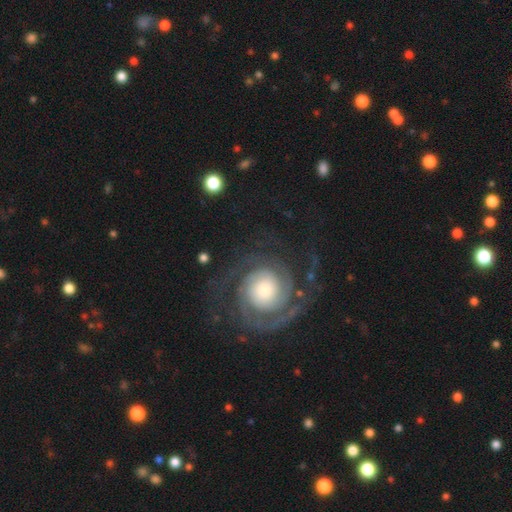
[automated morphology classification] Smooth or featured? Predicted: featured or disk (p=0.72). Edge-on disk? Predicted: no (p=0.97). Bar? Predicted: no (p=0.78). Spiral arms? Predicted: yes (p=0.88). Spiral winding? Predicted: tight (p=0.59). Spiral arm count? Predicted: 2 (p=0.41). Bulge size? Predicted: moderate (p=0.40). Merging? Predicted: none (p=0.73).